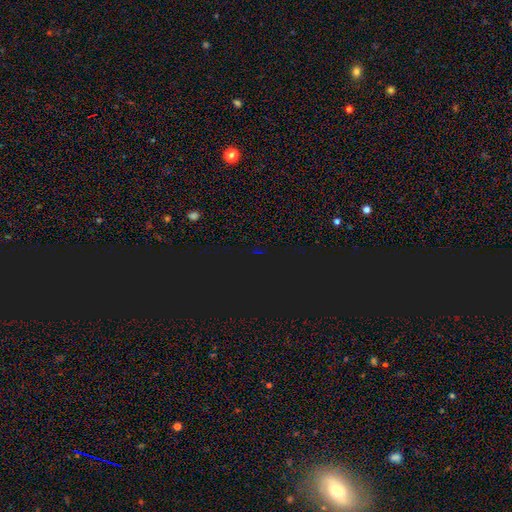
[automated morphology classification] Smooth or featured: star or artifact — 80% (smooth — 13%)